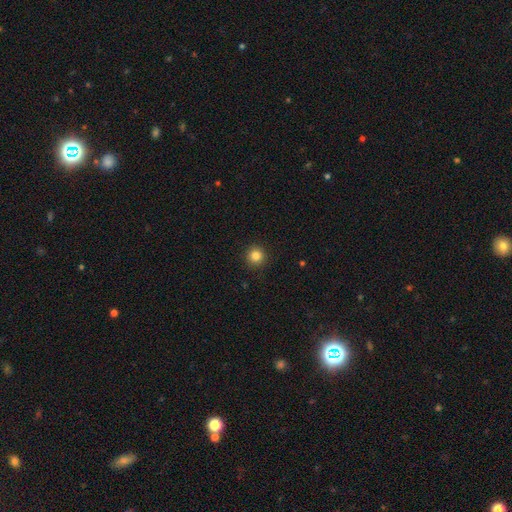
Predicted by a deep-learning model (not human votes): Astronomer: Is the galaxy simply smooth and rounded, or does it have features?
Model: smooth — 84%.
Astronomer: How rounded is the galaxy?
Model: round — 95%.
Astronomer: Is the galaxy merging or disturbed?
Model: none — 93%.